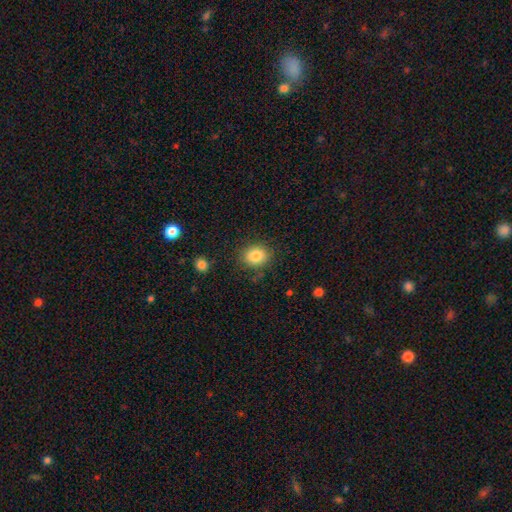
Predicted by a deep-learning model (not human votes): smooth-or-featured: smooth: 84% | star or artifact: 9% | featured or disk: 7%
  how-rounded: round: 61% | in between: 38% | cigar-shaped: 1%
  merging: none: 83% | minor disturbance: 12% | major disturbance: 4% | merger: 2%